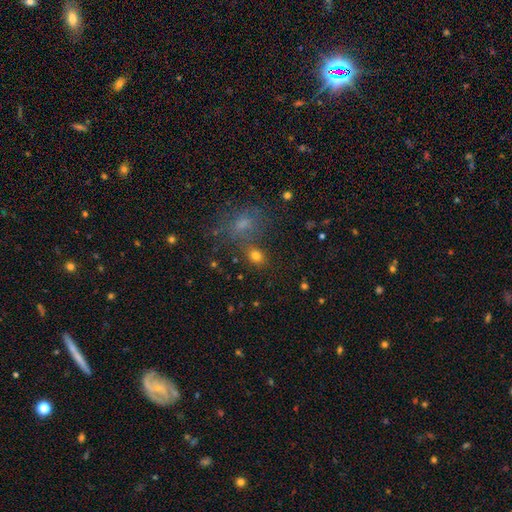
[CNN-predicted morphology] Overall: smooth (66%). How rounded: round (54%; in between 44%). Merging: none (62%).